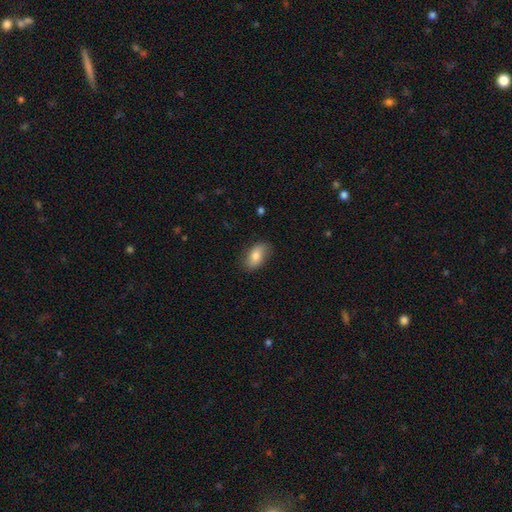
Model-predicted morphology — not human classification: The model was most divided on "smooth or featured": smooth: 75%, featured or disk: 18%, star or artifact: 7%. More confident: how rounded — in between (91%); merging — none (79%).